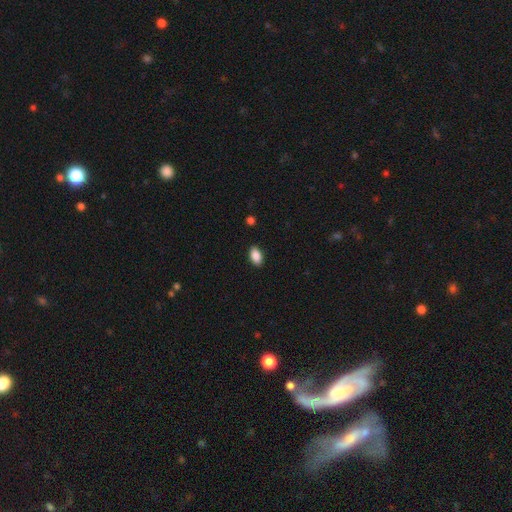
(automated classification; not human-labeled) Smooth or featured? Predicted: smooth (p=0.89). How rounded? Predicted: in between (p=0.92). Merging? Predicted: none (p=0.89).